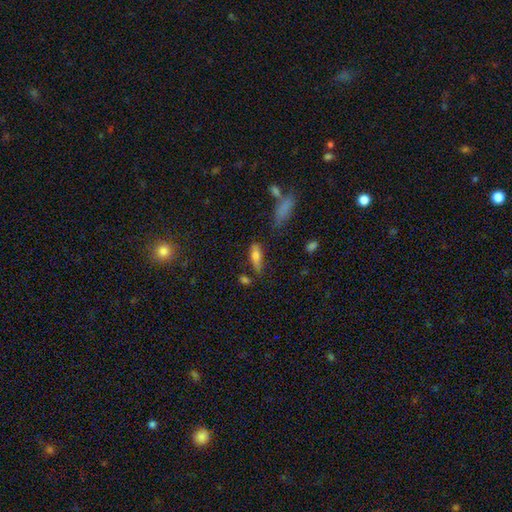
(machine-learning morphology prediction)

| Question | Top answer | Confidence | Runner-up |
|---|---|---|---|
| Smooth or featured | smooth | 69% | featured or disk (22%) |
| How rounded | in between | 60% | cigar-shaped (38%) |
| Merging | none | 67% | minor disturbance (19%) |